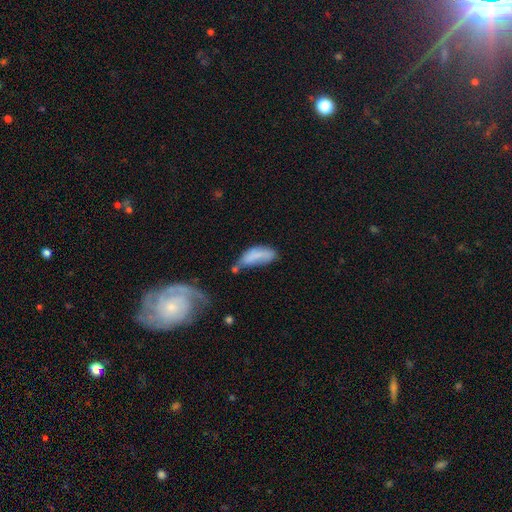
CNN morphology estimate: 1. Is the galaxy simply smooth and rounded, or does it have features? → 72% smooth, 20% featured or disk, 8% star or artifact.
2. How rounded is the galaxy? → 77% in between, 20% cigar-shaped, 2% round.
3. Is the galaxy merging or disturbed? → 31% minor disturbance, 26% major disturbance, 24% none, 19% merger.